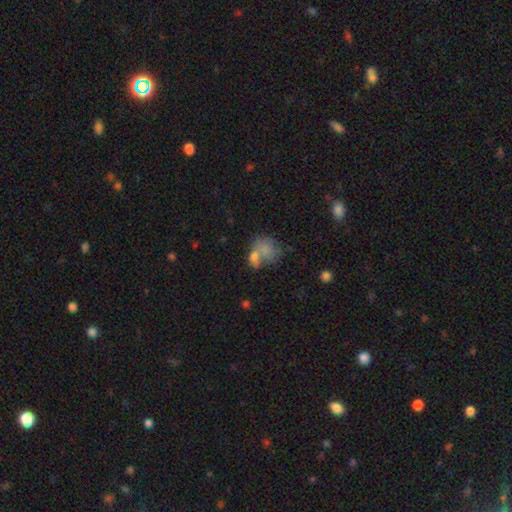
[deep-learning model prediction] Overall: smooth (65%). How rounded: round (54%; in between 44%). Merging: merger (41%; none 37%).